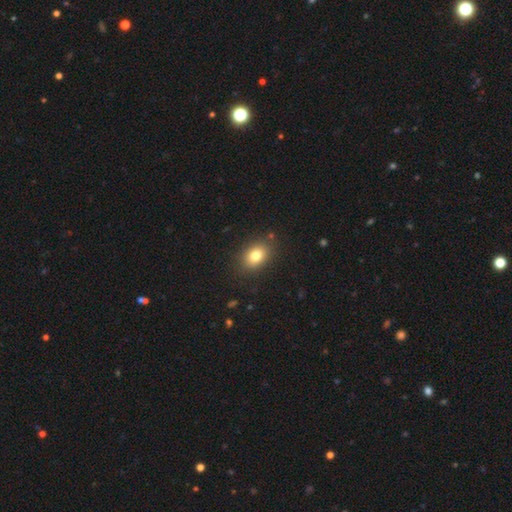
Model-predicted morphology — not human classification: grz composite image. It shows a smooth galaxy with no disk features (80%) that is in between round and cigar-shaped (73%). Merging: none (85%).